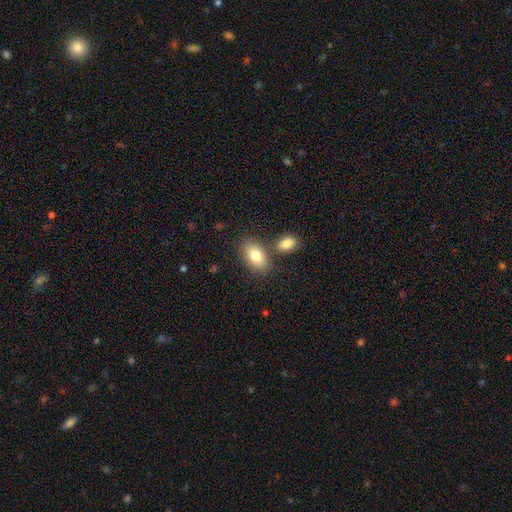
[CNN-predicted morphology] This is clearly a smooth galaxy (82%). How rounded: clearly in between (92%). Merging: likely none (69%).